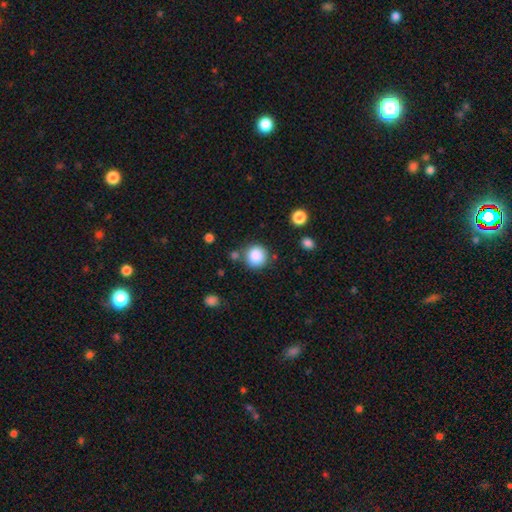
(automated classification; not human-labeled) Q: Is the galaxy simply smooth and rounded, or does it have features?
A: smooth — 86%.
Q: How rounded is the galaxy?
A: round — 92%.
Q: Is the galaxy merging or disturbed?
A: none — 80%.